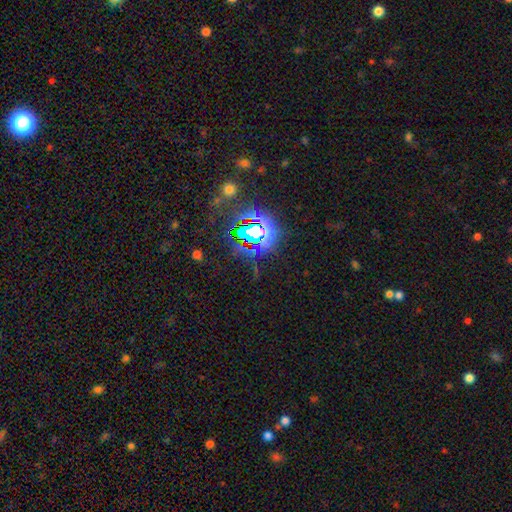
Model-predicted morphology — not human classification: This is likely a star or artifact rather than a galaxy (80%).